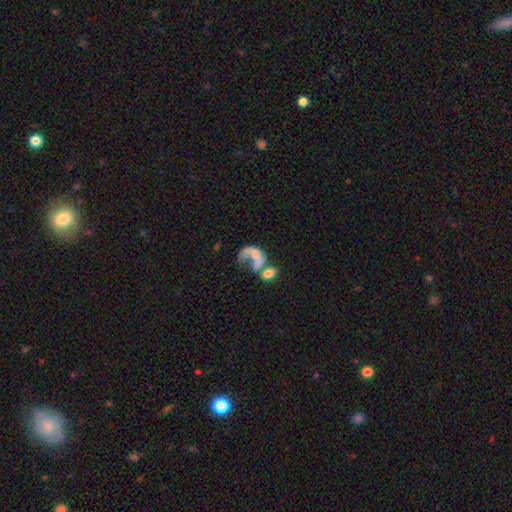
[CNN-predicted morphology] Overall: featured or disk (51%; smooth 40%). Edge-on disk: no (96%). Merging: merger (41%; major disturbance 34%).